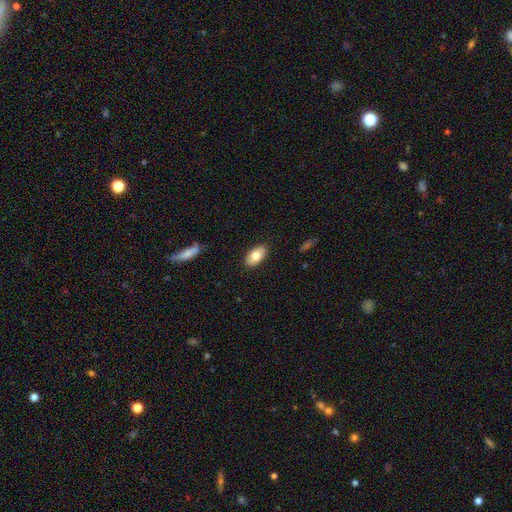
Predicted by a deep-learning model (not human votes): smooth-or-featured: smooth: 78% | featured or disk: 16% | star or artifact: 6%
  how-rounded: in between: 94% | round: 4% | cigar-shaped: 2%
  merging: none: 88% | minor disturbance: 9% | major disturbance: 2% | merger: 1%